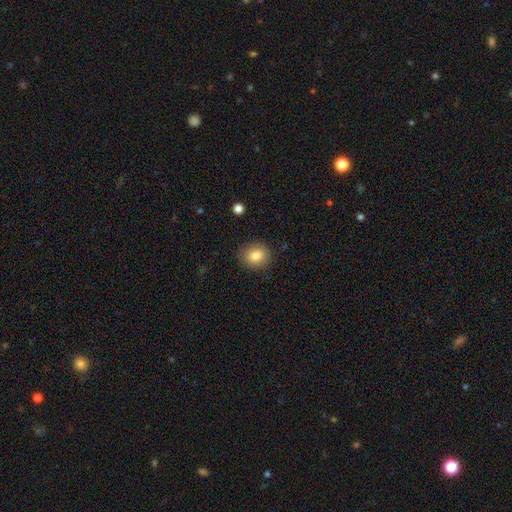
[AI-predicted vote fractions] A smooth galaxy with no disk features (83%) that is round (67%). Merging: none (87%).